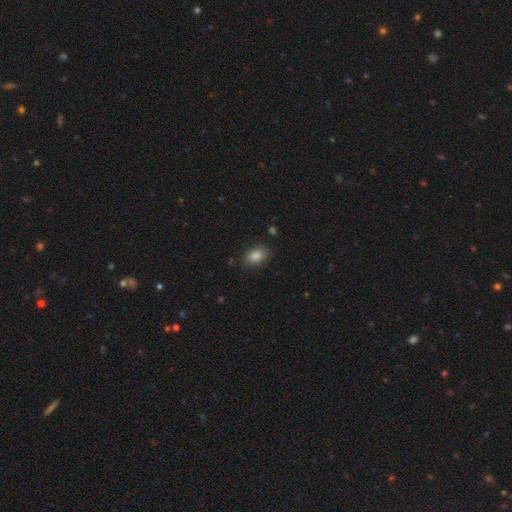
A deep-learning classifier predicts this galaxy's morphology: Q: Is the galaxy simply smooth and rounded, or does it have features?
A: smooth — 85%.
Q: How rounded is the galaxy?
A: in between — 87%.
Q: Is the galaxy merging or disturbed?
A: none — 84%.